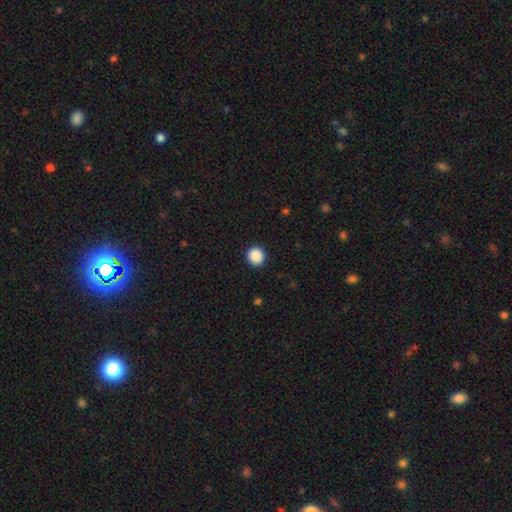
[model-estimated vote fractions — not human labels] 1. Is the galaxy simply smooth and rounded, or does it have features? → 89% smooth, 9% star or artifact, 2% featured or disk.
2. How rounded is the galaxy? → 89% round, 10% in between, 1% cigar-shaped.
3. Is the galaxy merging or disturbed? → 92% none, 5% minor disturbance, 2% major disturbance, 1% merger.